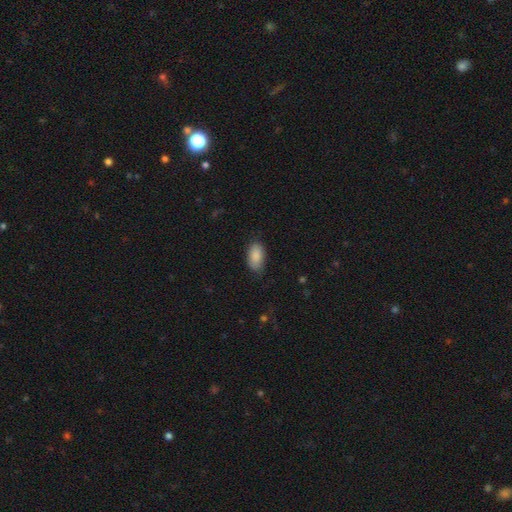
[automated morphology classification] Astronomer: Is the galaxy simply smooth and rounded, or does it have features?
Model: smooth — 87%.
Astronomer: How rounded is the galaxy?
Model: in between — 94%.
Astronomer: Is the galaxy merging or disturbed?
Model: none — 77%.